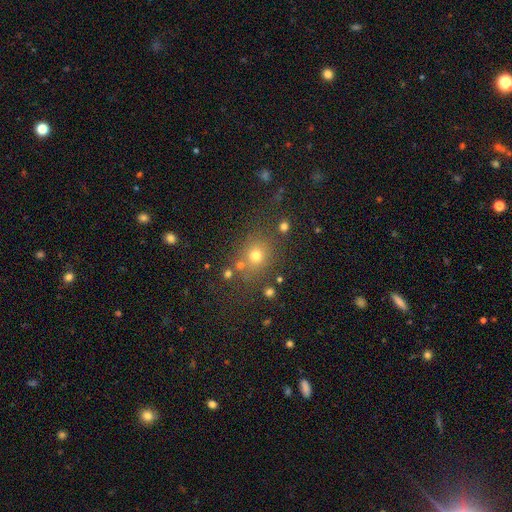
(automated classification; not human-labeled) Overall: smooth (71%). How rounded: round (80%). Merging: none (73%).